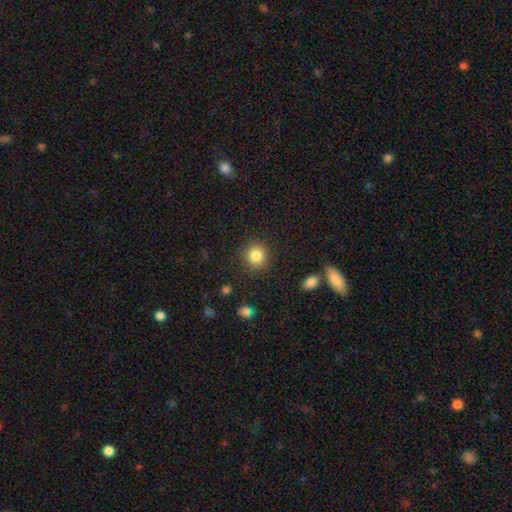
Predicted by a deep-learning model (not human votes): This appears to be a smooth galaxy with no disk features (84%) that is round (89%). Merging: none (89%).